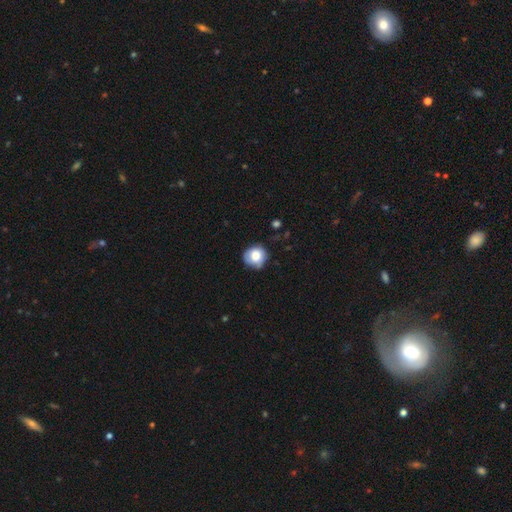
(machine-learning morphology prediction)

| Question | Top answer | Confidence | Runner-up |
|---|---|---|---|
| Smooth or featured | smooth | 76% | featured or disk (16%) |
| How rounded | round | 86% | in between (13%) |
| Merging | none | 66% | minor disturbance (26%) |